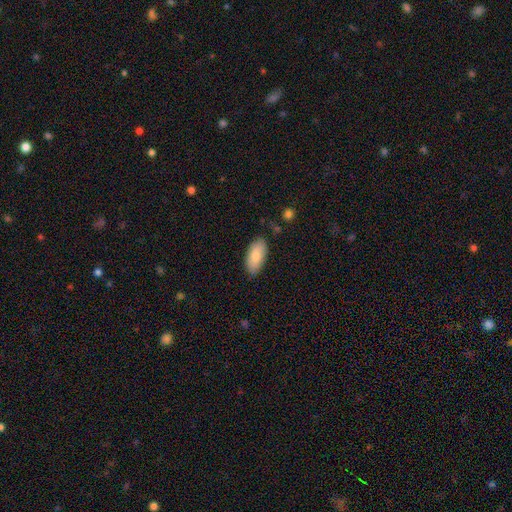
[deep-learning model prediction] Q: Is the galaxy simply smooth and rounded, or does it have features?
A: smooth — 83%.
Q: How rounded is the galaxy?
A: in between — 92%.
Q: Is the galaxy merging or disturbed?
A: none — 82%.